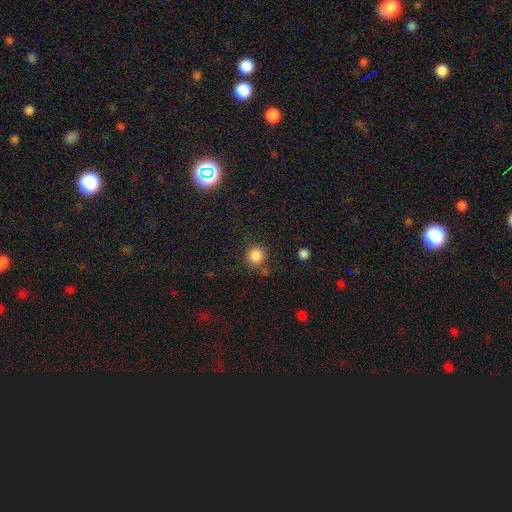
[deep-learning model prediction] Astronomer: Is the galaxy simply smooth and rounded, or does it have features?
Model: smooth — 85%.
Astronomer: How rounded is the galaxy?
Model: round — 92%.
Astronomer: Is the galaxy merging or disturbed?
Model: none — 77%.